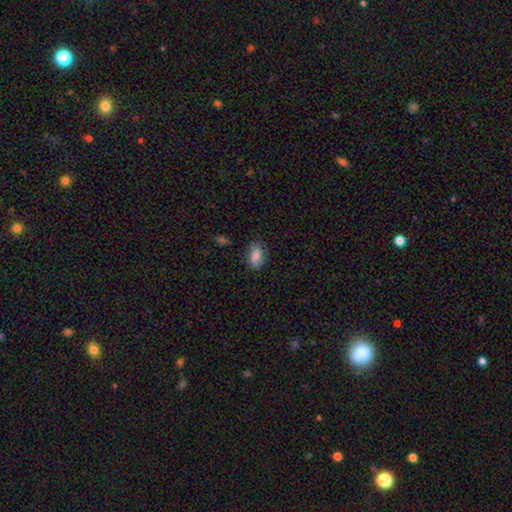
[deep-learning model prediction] Smooth or featured: smooth — 81% (featured or disk — 11%)
How rounded: in between — 89% (round — 8%)
Merging: none — 74% (minor disturbance — 19%)